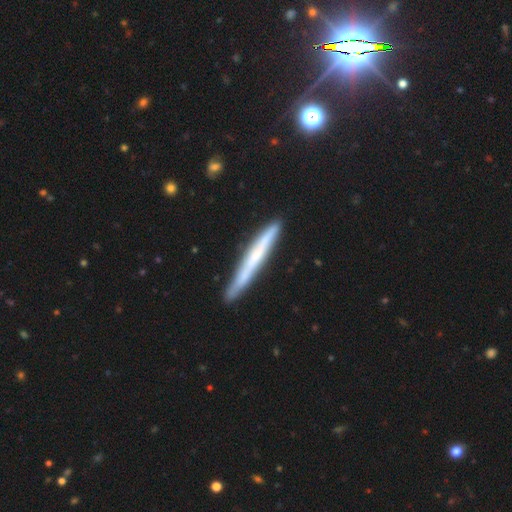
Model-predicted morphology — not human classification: Smooth or featured? featured or disk (51%)
Edge-on disk? yes (94%)
Merging? none (87%)